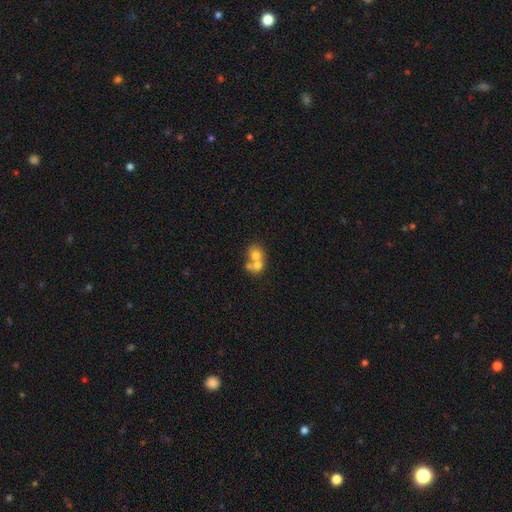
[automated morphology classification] smooth_or_featured: smooth (p=0.63) [alt: featured or disk p=0.26]
how_rounded: round (p=0.69) [alt: in between p=0.30]
merging: merger (p=0.66) [alt: none p=0.25]